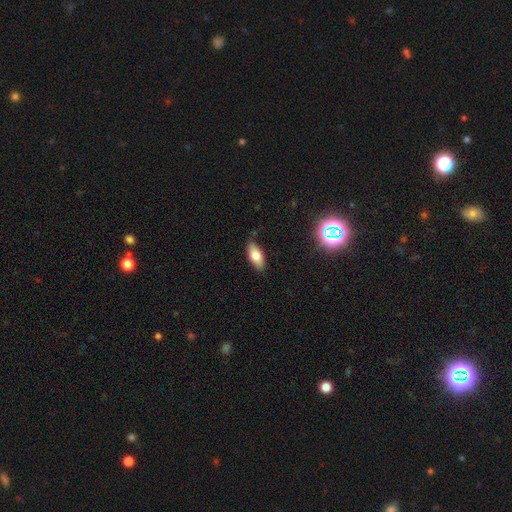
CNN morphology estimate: A smooth galaxy with no disk features (76%) that is in between round and cigar-shaped (82%). Merging: none (84%).